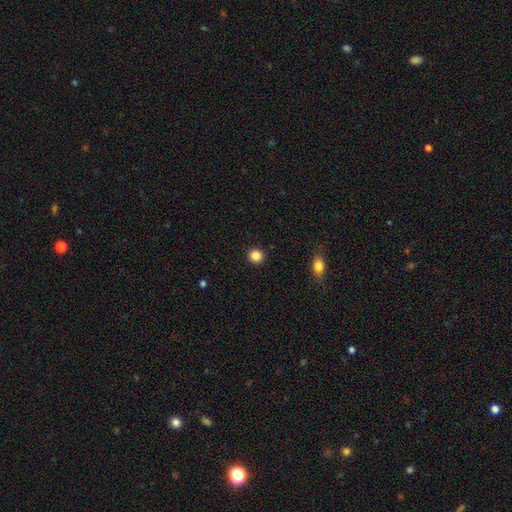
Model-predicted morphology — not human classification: Smooth or featured? Predicted: smooth (p=0.86). How rounded? Predicted: round (p=0.91). Merging? Predicted: none (p=0.92).